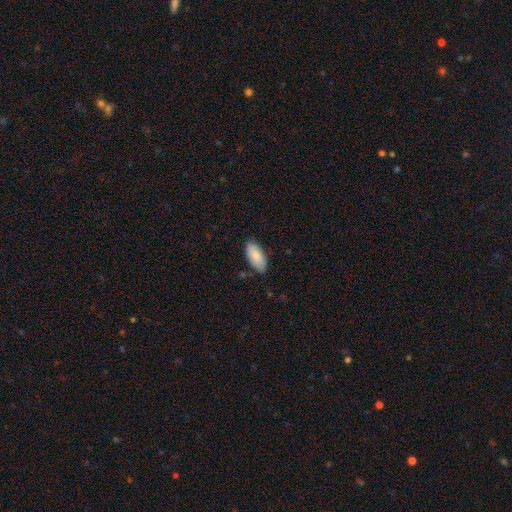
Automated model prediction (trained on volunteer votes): smooth_or_featured: smooth (p=0.87) [alt: featured or disk p=0.07]
how_rounded: in between (p=0.90) [alt: cigar-shaped p=0.08]
merging: none (p=0.82) [alt: minor disturbance p=0.14]